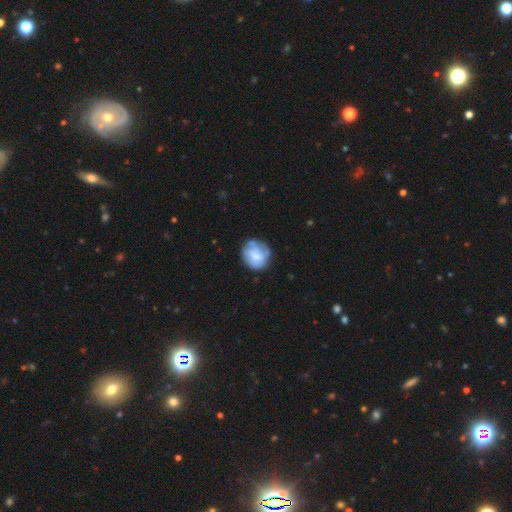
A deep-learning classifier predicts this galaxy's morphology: A smooth galaxy with no disk features (54%) that is round (74%). Merging: none (63%).